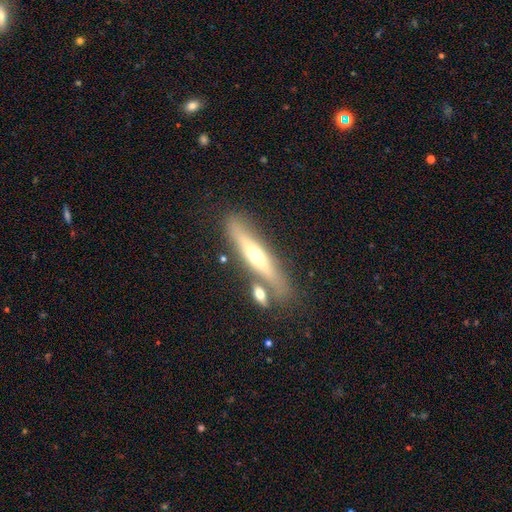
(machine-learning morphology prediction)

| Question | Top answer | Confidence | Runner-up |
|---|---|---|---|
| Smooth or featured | featured or disk | 56% | smooth (37%) |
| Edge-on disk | yes | 87% | no (13%) |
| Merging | none | 71% | minor disturbance (13%) |